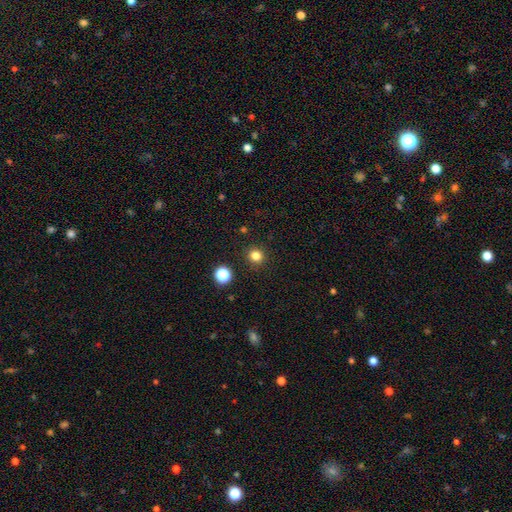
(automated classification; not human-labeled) A smooth galaxy with no disk features (81%) that is round (91%).

Vote fractions:
- Smooth or featured? smooth: 81% / star or artifact: 15% / featured or disk: 4%
- How rounded? round: 91% / in between: 8% / cigar-shaped: 1%
- Merging? none: 92% / minor disturbance: 5% / major disturbance: 2% / merger: 1%